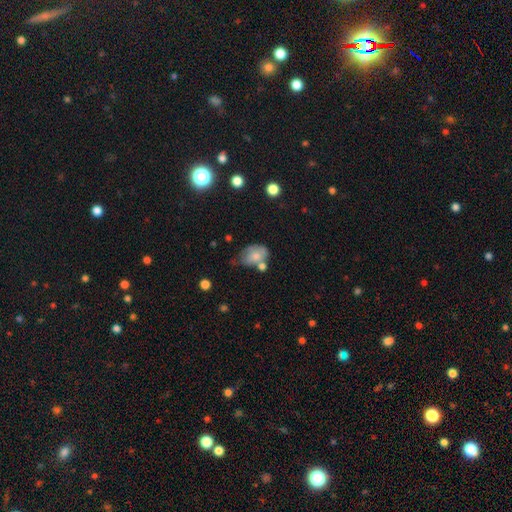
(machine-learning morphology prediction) Smooth or featured? smooth (68%)
How rounded? in between (78%)
Merging? none (32%, tied with minor disturbance)